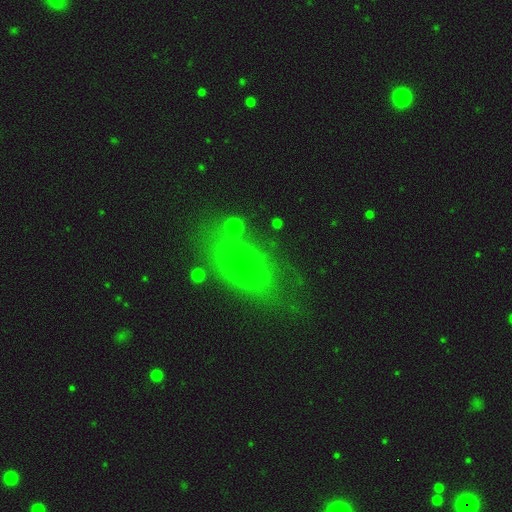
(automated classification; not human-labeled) smooth_or_featured: smooth (p=0.59) [alt: star or artifact p=0.24]
how_rounded: in between (p=0.73) [alt: round p=0.15]
merging: none (p=0.77) [alt: minor disturbance p=0.14]